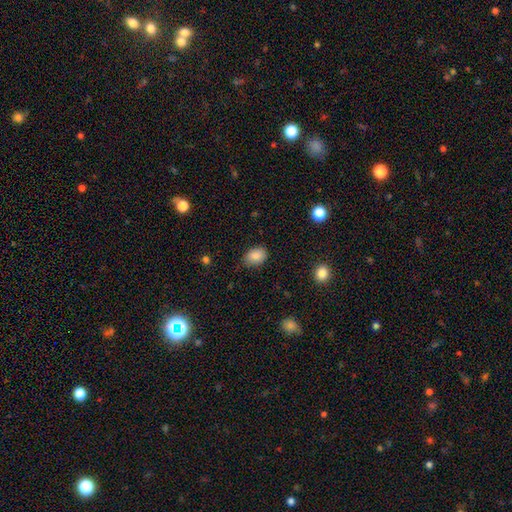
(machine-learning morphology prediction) type=smooth (86%); roundness=in between (80%); merging=none (79%).